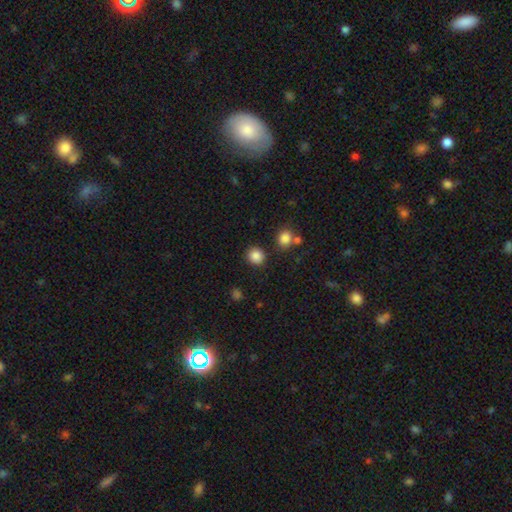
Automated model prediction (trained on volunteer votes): This is clearly a smooth galaxy (86%). How rounded: clearly round (85%). Merging: clearly none (86%).